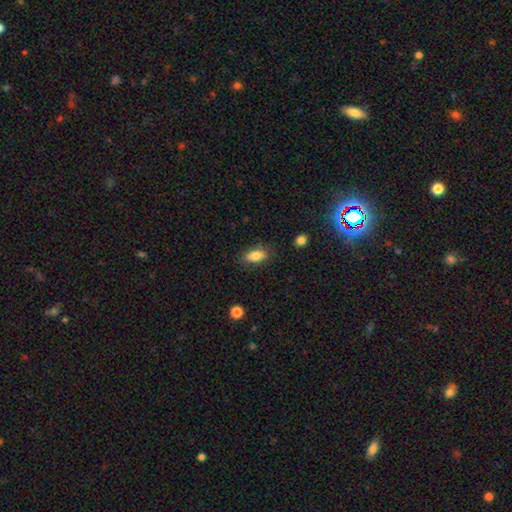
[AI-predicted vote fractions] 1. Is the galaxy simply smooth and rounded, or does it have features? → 82% smooth, 10% featured or disk, 8% star or artifact.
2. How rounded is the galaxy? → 87% in between, 9% cigar-shaped, 5% round.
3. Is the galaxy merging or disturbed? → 79% none, 15% minor disturbance, 4% major disturbance, 2% merger.